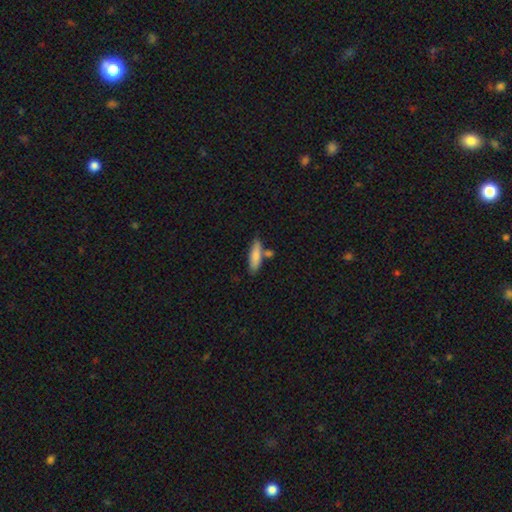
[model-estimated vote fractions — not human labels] A smooth galaxy with no disk features (81%) that is cigar-shaped (61%).

Vote fractions:
- Smooth or featured? smooth: 81% / featured or disk: 12% / star or artifact: 6%
- How rounded? cigar-shaped: 61% / in between: 37% / round: 2%
- Merging? none: 65% / merger: 16% / minor disturbance: 15% / major disturbance: 4%